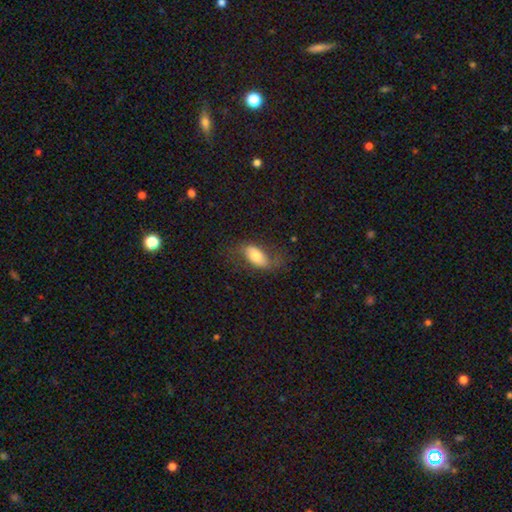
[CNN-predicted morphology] Smooth or featured? Predicted: smooth (p=0.62). How rounded? Predicted: in between (p=0.89). Merging? Predicted: none (p=0.62).